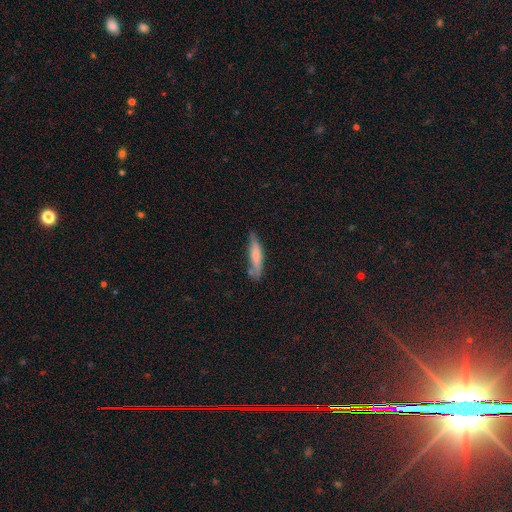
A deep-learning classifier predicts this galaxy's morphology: A smooth galaxy with no disk features (66%) that is cigar-shaped (84%). Merging: none (68%).